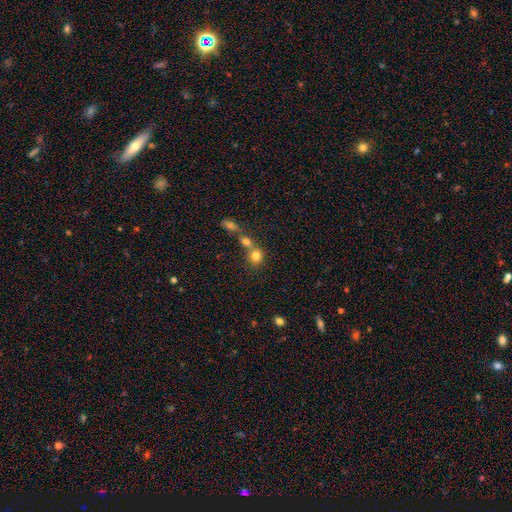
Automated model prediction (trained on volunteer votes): A smooth galaxy with no disk features (79%) that is round (77%). Merging: none (45%).